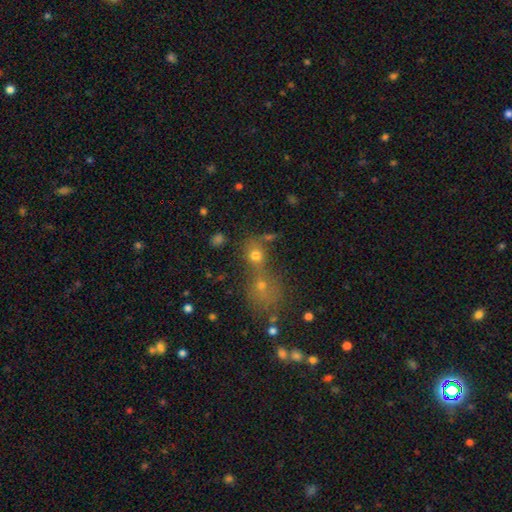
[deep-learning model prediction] This appears to be a smooth galaxy with no disk features (71%) that is round (75%). Merging: merger (53%).